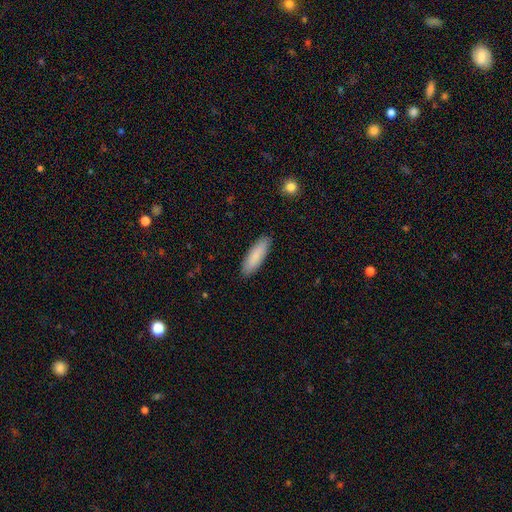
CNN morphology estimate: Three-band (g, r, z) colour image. It shows a smooth galaxy with no disk features (86%) that is cigar-shaped (52%). Merging: none (89%).